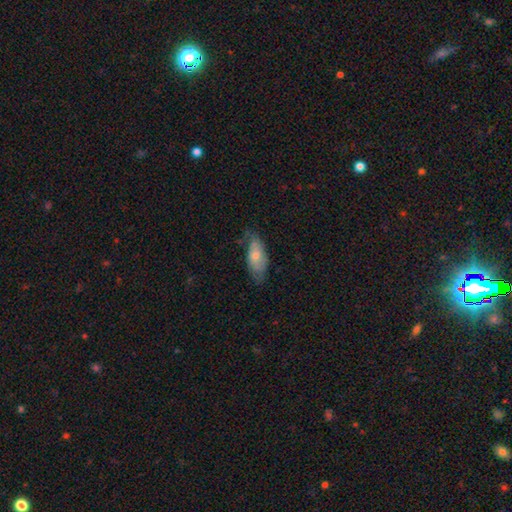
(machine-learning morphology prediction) This is likely a smooth galaxy (65%). How rounded: clearly in between (86%). Merging: possibly none (55%).